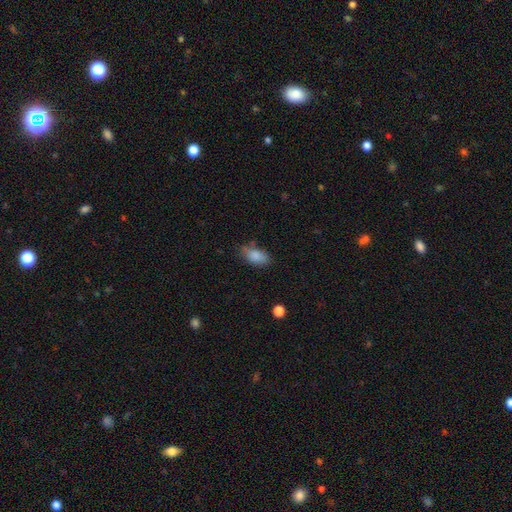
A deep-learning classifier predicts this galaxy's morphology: This is clearly a smooth galaxy (85%). How rounded: clearly in between (90%). Merging: likely none (67%).